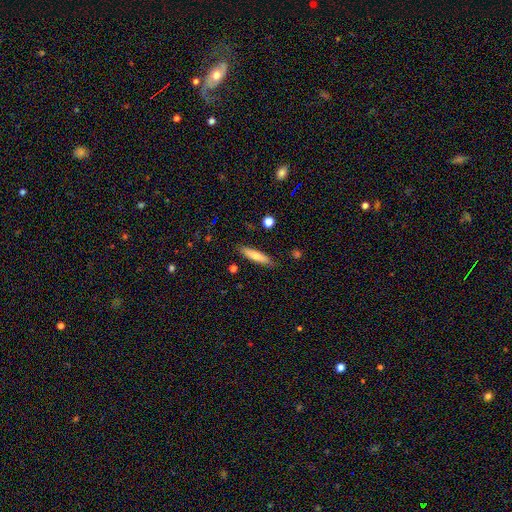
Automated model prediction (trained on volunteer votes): Smooth or featured: smooth — 69% (featured or disk — 24%)
How rounded: cigar-shaped — 80% (in between — 18%)
Merging: none — 86% (minor disturbance — 10%)